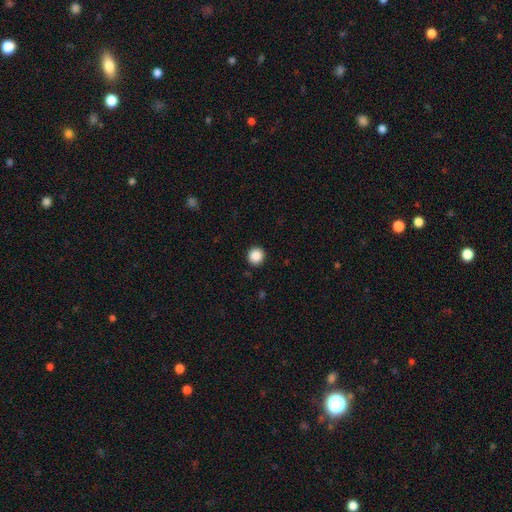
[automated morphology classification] A smooth galaxy with no disk features (88%) that is round (93%). Merging: none (92%).